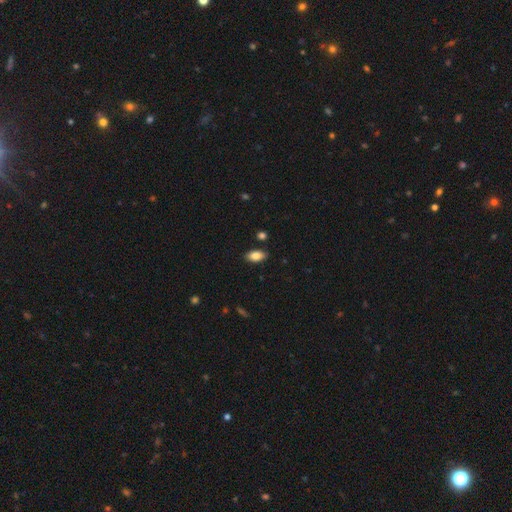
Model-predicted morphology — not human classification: The model was most divided on "merging": none: 86%, minor disturbance: 10%, major disturbance: 2%, merger: 2%. More confident: how rounded — in between (93%); smooth or featured — smooth (85%).